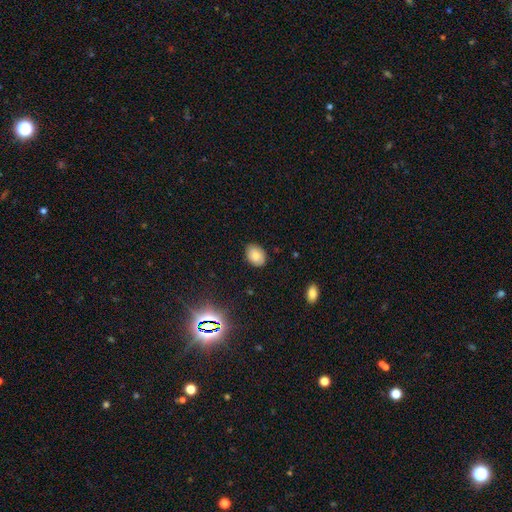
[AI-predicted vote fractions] Smooth or featured: smooth — 81% (star or artifact — 11%)
How rounded: in between — 75% (round — 24%)
Merging: none — 86% (minor disturbance — 11%)